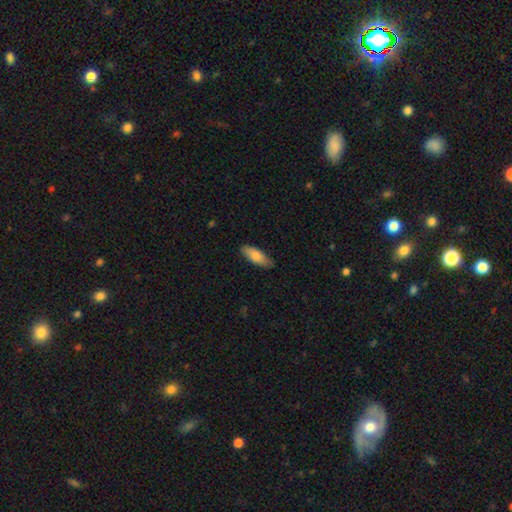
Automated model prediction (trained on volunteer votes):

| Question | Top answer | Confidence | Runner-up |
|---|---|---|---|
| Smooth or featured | smooth | 81% | featured or disk (14%) |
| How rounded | in between | 72% | cigar-shaped (26%) |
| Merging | none | 80% | minor disturbance (17%) |